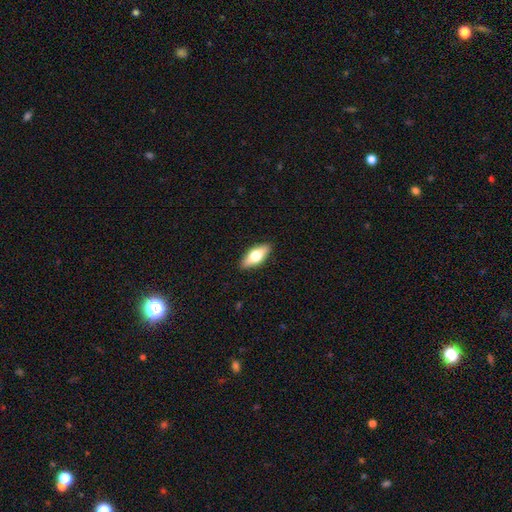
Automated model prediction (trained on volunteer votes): Smooth or featured?
  - smooth: 58% *
  - featured or disk: 36%
  - star or artifact: 6%
How rounded?
  - in between: 76% *
  - cigar-shaped: 20%
  - round: 4%
Merging?
  - none: 89% *
  - minor disturbance: 8%
  - major disturbance: 2%
  - merger: 1%